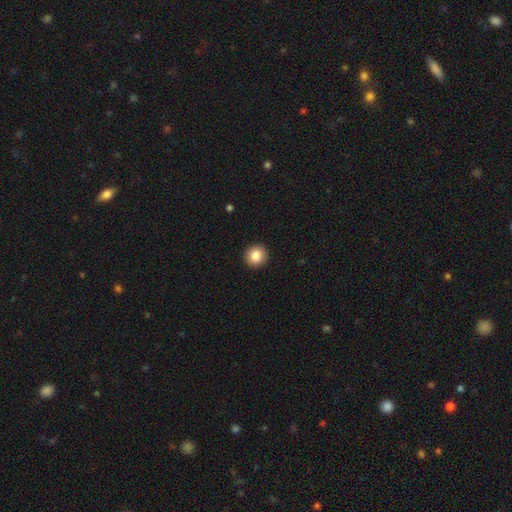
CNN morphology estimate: This is clearly a smooth galaxy (85%). How rounded: clearly round (94%). Merging: clearly none (93%).